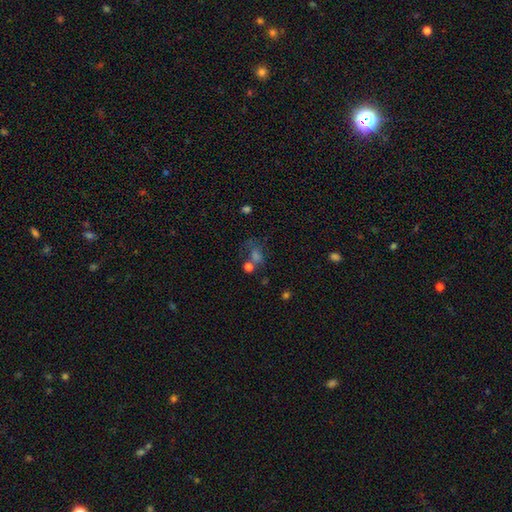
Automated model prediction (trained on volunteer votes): smooth-or-featured: smooth: 44% | star or artifact: 35% | featured or disk: 21%
  merging: none: 40% | merger: 23% | major disturbance: 21% | minor disturbance: 16%